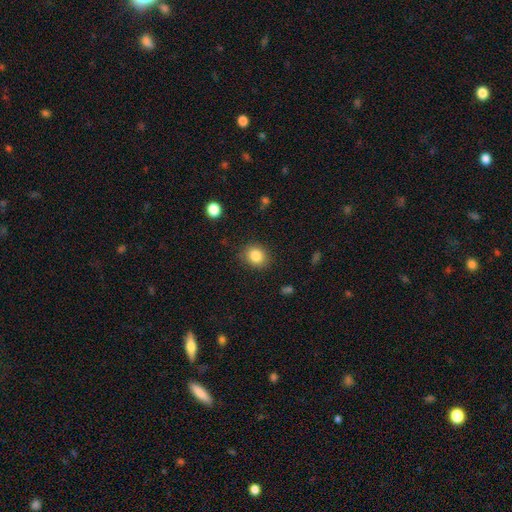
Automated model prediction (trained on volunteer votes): This appears to be a smooth galaxy with no disk features (84%) that is round (66%). Merging: none (85%).